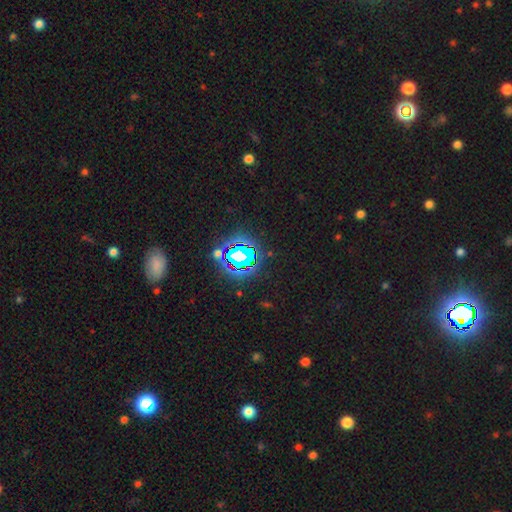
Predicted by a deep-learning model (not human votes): Smooth or featured?
  - star or artifact: 80% *
  - smooth: 12%
  - featured or disk: 8%